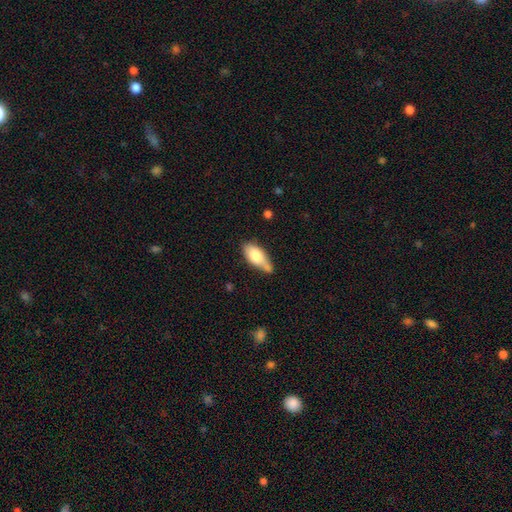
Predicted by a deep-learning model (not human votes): A smooth galaxy with no disk features (77%) that is in between round and cigar-shaped (87%).

Vote fractions:
- Smooth or featured? smooth: 77% / featured or disk: 17% / star or artifact: 6%
- How rounded? in between: 87% / cigar-shaped: 10% / round: 3%
- Merging? none: 46% / minor disturbance: 31% / merger: 16% / major disturbance: 8%